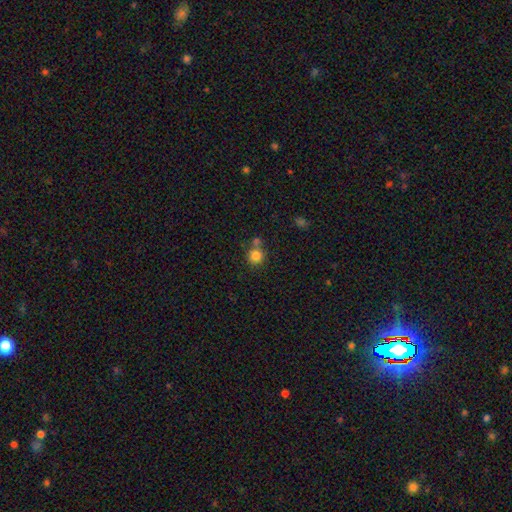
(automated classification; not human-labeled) A smooth galaxy with no disk features (82%) that is round (91%). Merging: none (64%).